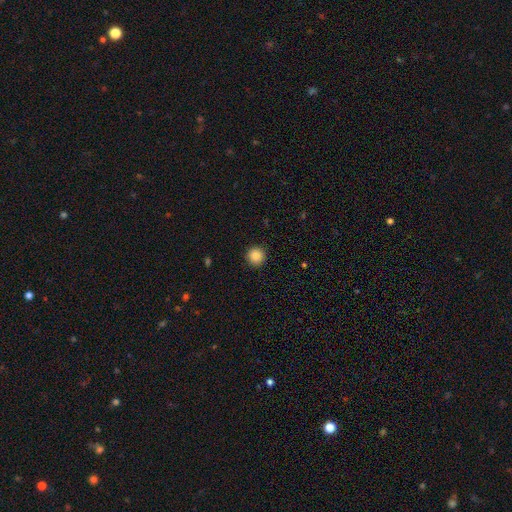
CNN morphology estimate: Smooth or featured?
  - smooth: 86% *
  - star or artifact: 10%
  - featured or disk: 4%
How rounded?
  - round: 95% *
  - in between: 4%
  - cigar-shaped: 1%
Merging?
  - none: 93% *
  - minor disturbance: 5%
  - major disturbance: 2%
  - merger: 1%